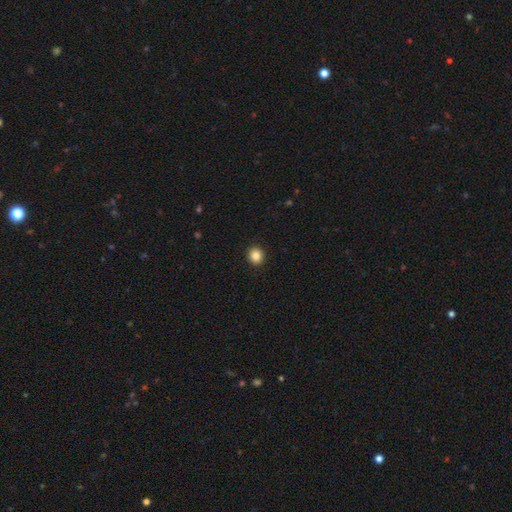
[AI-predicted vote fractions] Smooth or featured?
  - smooth: 86% *
  - star or artifact: 10%
  - featured or disk: 4%
How rounded?
  - round: 86% *
  - in between: 13%
  - cigar-shaped: 1%
Merging?
  - none: 93% *
  - minor disturbance: 5%
  - major disturbance: 2%
  - merger: 1%